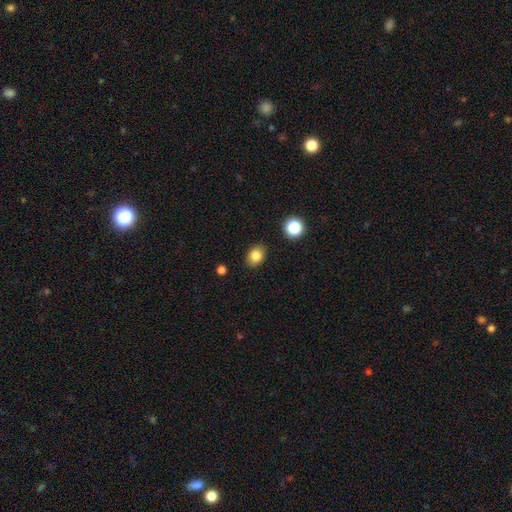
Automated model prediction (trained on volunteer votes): Smooth or featured? Predicted: smooth (p=0.82). How rounded? Predicted: in between (p=0.65). Merging? Predicted: none (p=0.87).